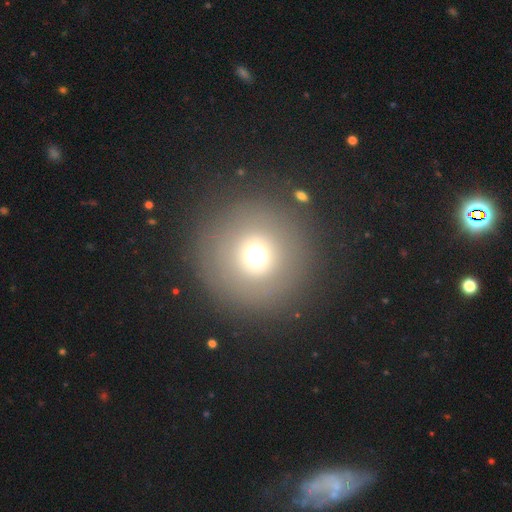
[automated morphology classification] smooth-or-featured: smooth: 67% | star or artifact: 18% | featured or disk: 14%
  how-rounded: round: 96% | in between: 3% | cigar-shaped: 1%
  merging: none: 87% | minor disturbance: 7% | major disturbance: 5% | merger: 2%